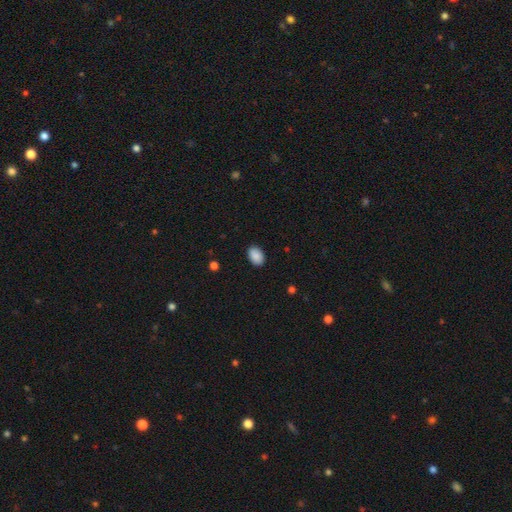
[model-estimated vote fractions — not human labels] smooth 89%, star or artifact 7%, featured or disk 3%. Down the decision tree: how rounded — in between (86%); merging — none (88%).